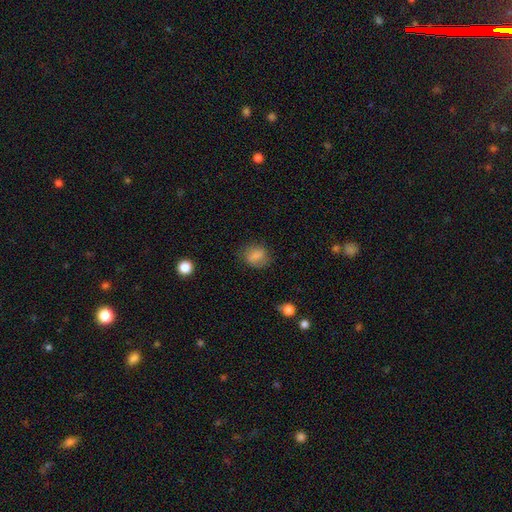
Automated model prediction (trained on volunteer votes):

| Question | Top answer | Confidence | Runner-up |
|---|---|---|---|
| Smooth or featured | smooth | 79% | featured or disk (11%) |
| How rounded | in between | 53% | round (45%) |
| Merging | none | 75% | minor disturbance (18%) |